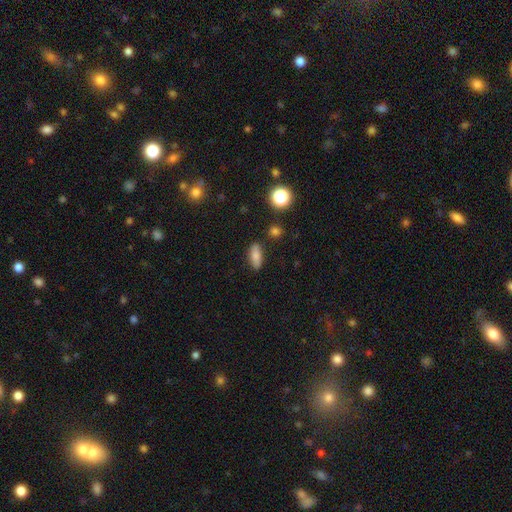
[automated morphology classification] A smooth galaxy with no disk features (79%) that is in between round and cigar-shaped (79%).

Vote fractions:
- Smooth or featured? smooth: 79% / featured or disk: 11% / star or artifact: 10%
- How rounded? in between: 79% / cigar-shaped: 16% / round: 5%
- Merging? none: 84% / minor disturbance: 11% / merger: 3% / major disturbance: 2%